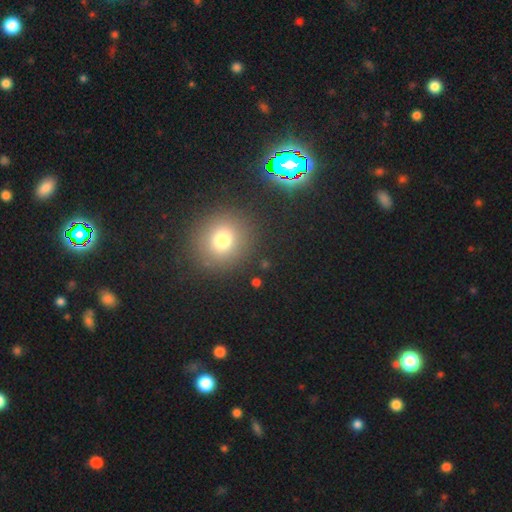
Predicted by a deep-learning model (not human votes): A smooth galaxy with no disk features (52%) that is round (89%). Merging: none (90%).